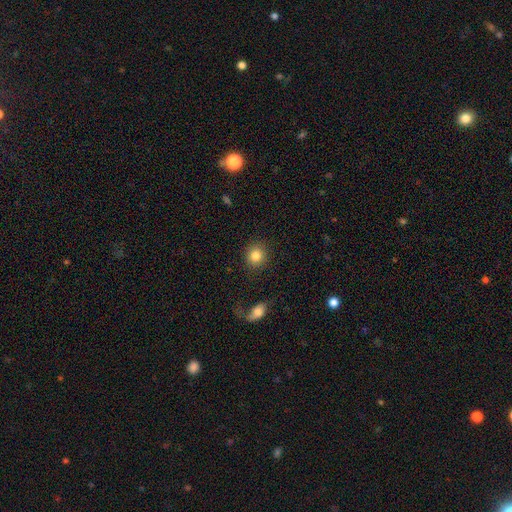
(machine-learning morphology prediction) type=smooth (85%); roundness=round (85%); merging=none (88%).